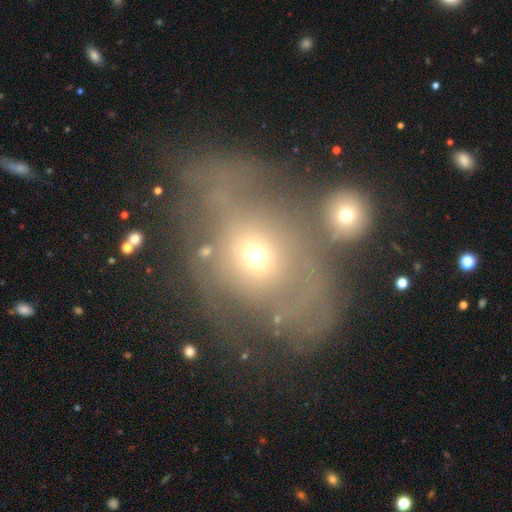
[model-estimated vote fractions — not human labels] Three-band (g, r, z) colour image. It shows a featured or disk galaxy (47%). Merging: none (28%, tied with major disturbance).